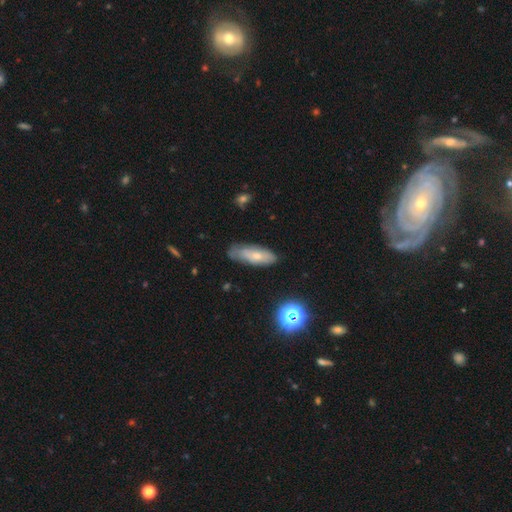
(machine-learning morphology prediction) Smooth or featured? smooth (57%)
How rounded? in between (69%)
Merging? none (55%)